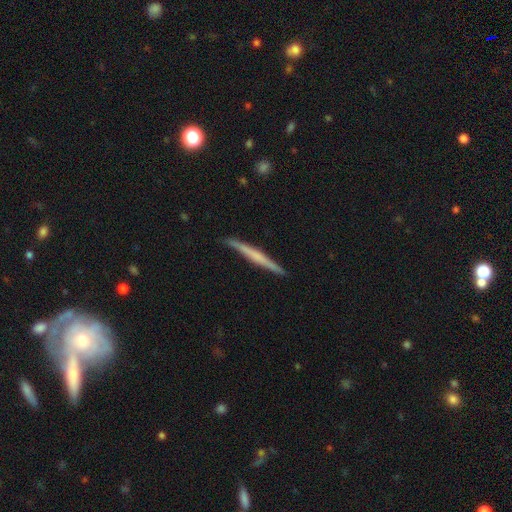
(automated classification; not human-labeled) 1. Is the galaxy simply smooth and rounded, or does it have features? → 57% featured or disk, 38% smooth, 5% star or artifact.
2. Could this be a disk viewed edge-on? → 98% yes, 2% no.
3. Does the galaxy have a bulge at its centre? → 57% none, 29% rounded, 14% boxy.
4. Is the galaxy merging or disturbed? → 89% none, 8% minor disturbance, 1% major disturbance, 1% merger.